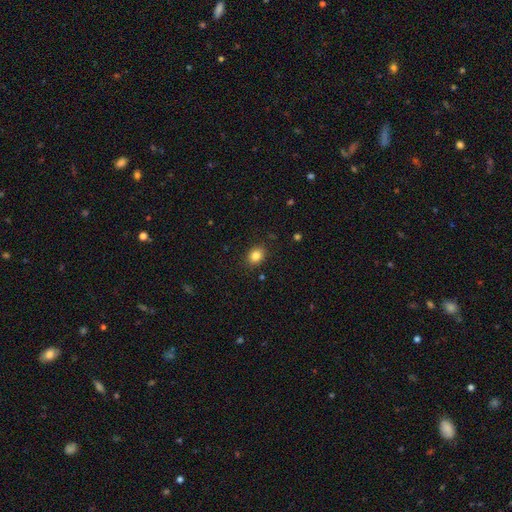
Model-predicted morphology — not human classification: This is clearly a smooth galaxy (84%). How rounded: possibly round (50%). Merging: clearly none (88%).